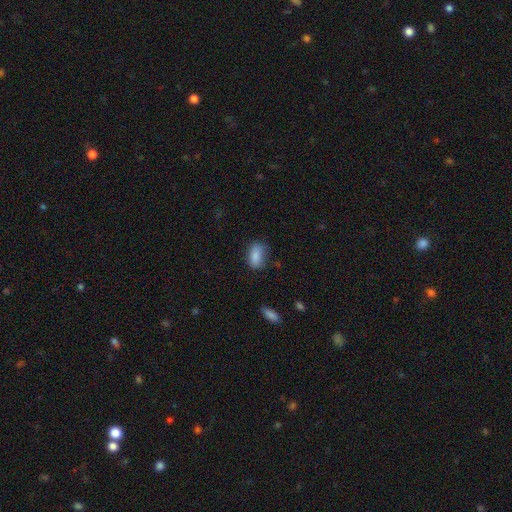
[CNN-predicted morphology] This appears to be a smooth galaxy with no disk features (86%) that is in between round and cigar-shaped (89%). Merging: none (71%).